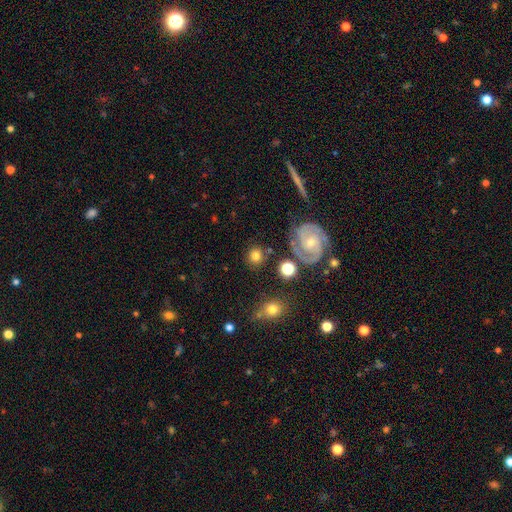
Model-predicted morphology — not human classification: The model was most divided on "smooth or featured": smooth: 64%, featured or disk: 25%, star or artifact: 11%. More confident: how rounded — round (86%); merging — none (84%).